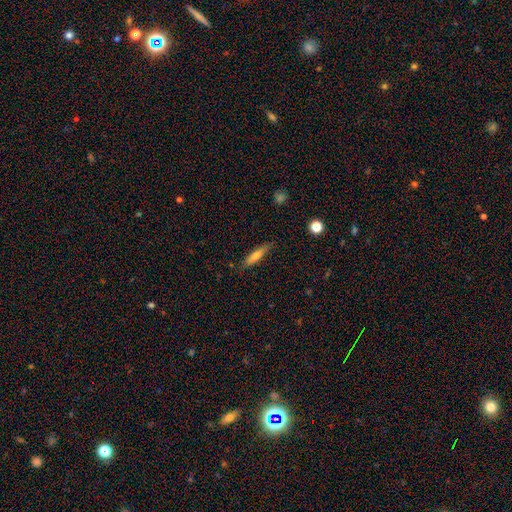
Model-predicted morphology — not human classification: The model was most divided on "smooth or featured": smooth: 62%, featured or disk: 31%, star or artifact: 7%. More confident: merging — none (82%); how rounded — cigar-shaped (81%).